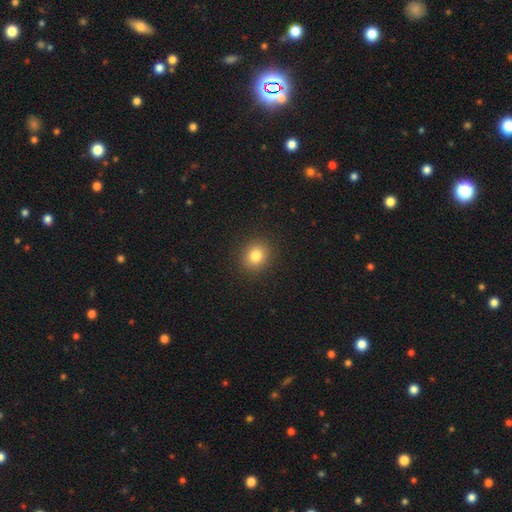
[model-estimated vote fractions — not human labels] Smooth or featured?
  - smooth: 81% *
  - star or artifact: 12%
  - featured or disk: 7%
How rounded?
  - round: 74% *
  - in between: 25%
  - cigar-shaped: 1%
Merging?
  - none: 90% *
  - minor disturbance: 7%
  - major disturbance: 2%
  - merger: 1%